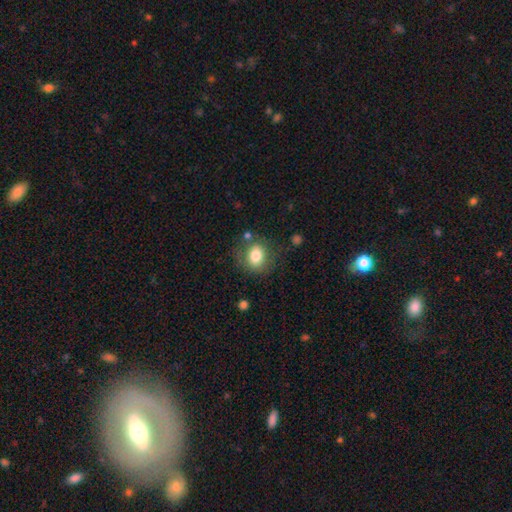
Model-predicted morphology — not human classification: Overall: smooth (78%). How rounded: round (53%; in between 46%). Merging: none (73%).